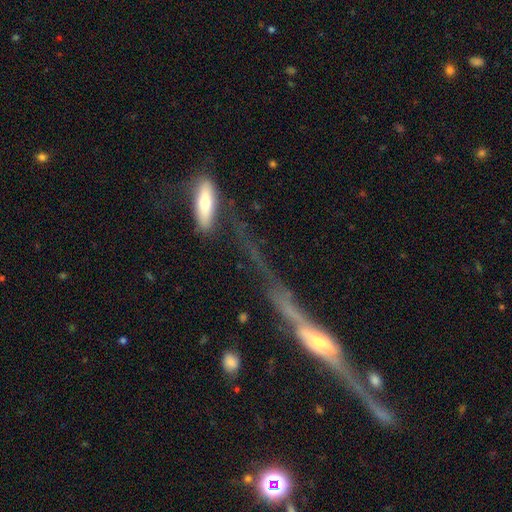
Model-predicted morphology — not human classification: This appears to be a featured or disk galaxy (73%) viewed edge-on (80%) with a rounded central bulge (80%). Merging: none (41%).